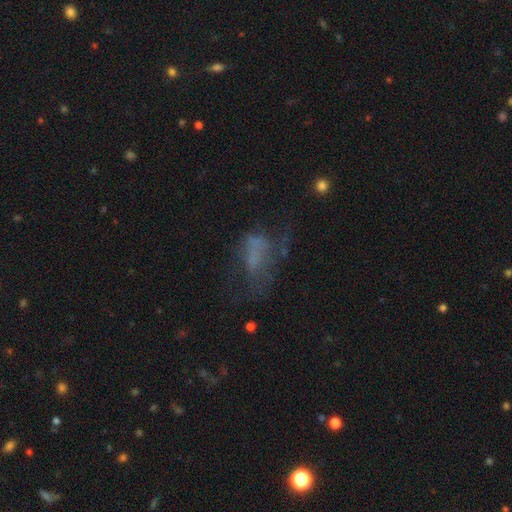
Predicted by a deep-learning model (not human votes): Smooth or featured: featured or disk — 40% (smooth — 39%)
Merging: major disturbance — 43% (none — 31%)